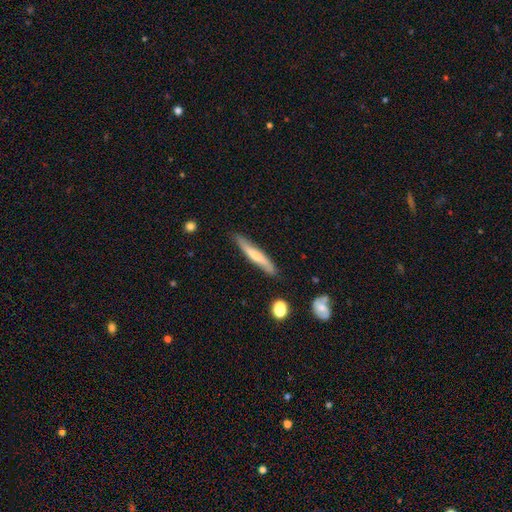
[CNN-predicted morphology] smooth 54%, featured or disk 40%, star or artifact 6%. Down the decision tree: how rounded — cigar-shaped (92%); merging — none (81%).